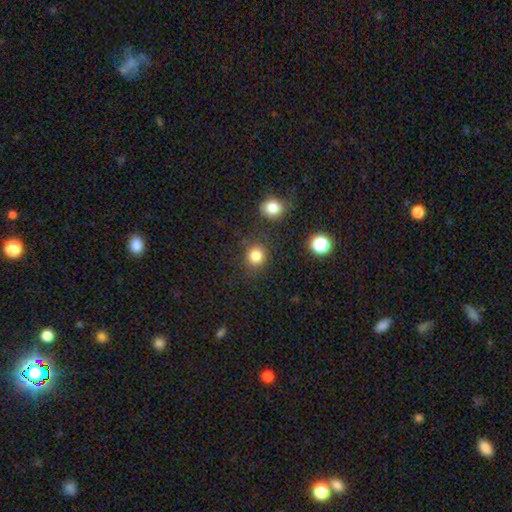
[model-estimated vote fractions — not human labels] Smooth or featured? Predicted: smooth (p=0.82). How rounded? Predicted: round (p=0.86). Merging? Predicted: none (p=0.81).